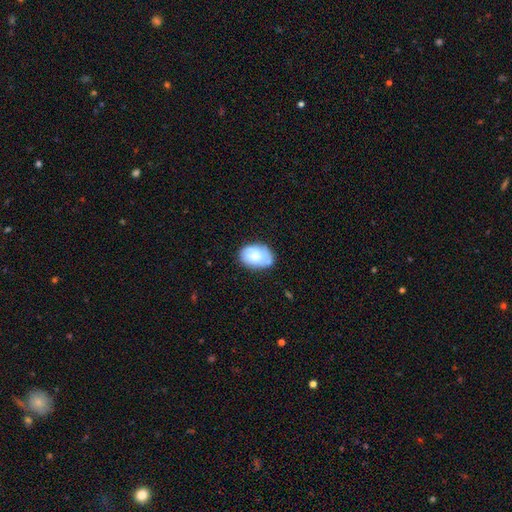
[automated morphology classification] smooth-or-featured: smooth: 67% | featured or disk: 25% | star or artifact: 7%
  how-rounded: in between: 83% | round: 16% | cigar-shaped: 1%
  merging: none: 67% | minor disturbance: 24% | major disturbance: 6% | merger: 3%